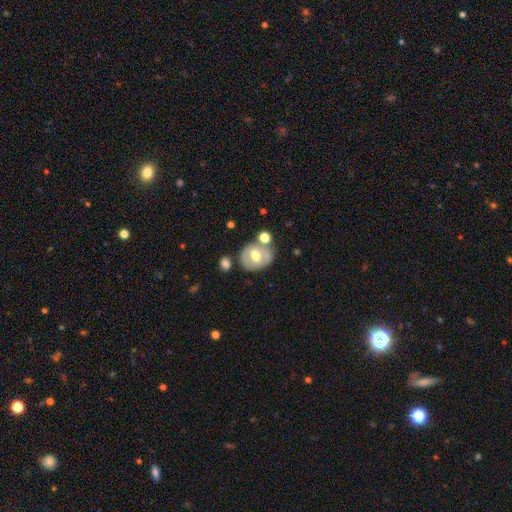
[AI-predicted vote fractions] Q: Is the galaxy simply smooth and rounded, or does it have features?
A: featured or disk — 51%.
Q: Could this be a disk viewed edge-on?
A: no — 94%.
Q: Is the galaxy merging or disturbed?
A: none — 62%.